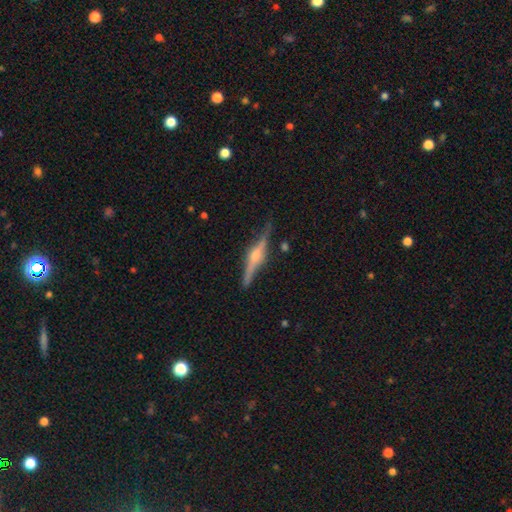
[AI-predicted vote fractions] A featured or disk galaxy (80%) viewed edge-on (97%) with a rounded central bulge (83%).

Vote fractions:
- Smooth or featured? featured or disk: 80% / smooth: 14% / star or artifact: 6%
- Edge-on disk? yes: 97% / no: 3%
- Edge-on bulge? rounded: 83% / boxy: 13% / none: 4%
- Merging? none: 83% / minor disturbance: 13% / major disturbance: 3% / merger: 2%